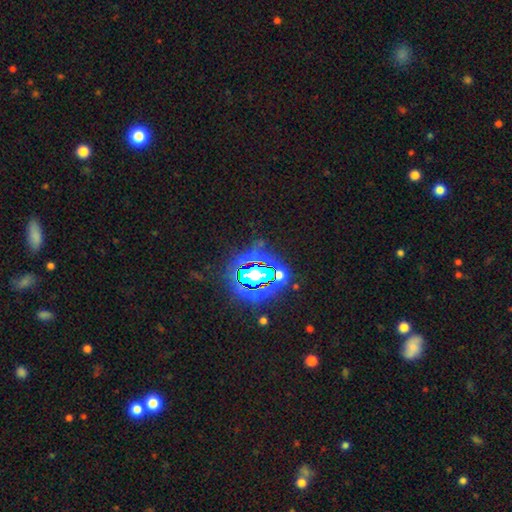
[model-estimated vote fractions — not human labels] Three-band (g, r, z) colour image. It shows a star or artifact, not a galaxy (84%).